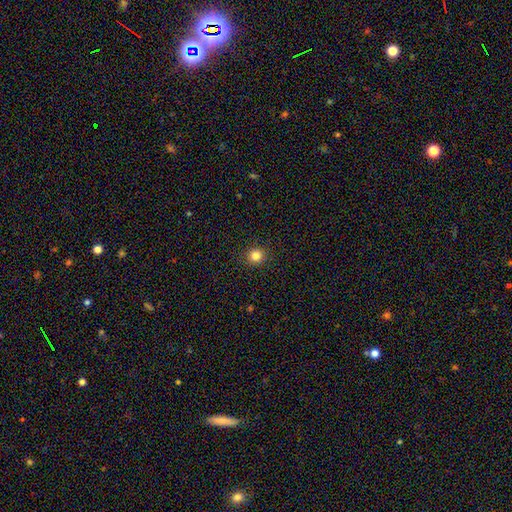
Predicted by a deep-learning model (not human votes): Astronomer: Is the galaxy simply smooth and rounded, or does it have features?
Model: smooth — 82%.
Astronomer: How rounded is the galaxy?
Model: round — 90%.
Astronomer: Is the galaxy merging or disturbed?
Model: none — 92%.